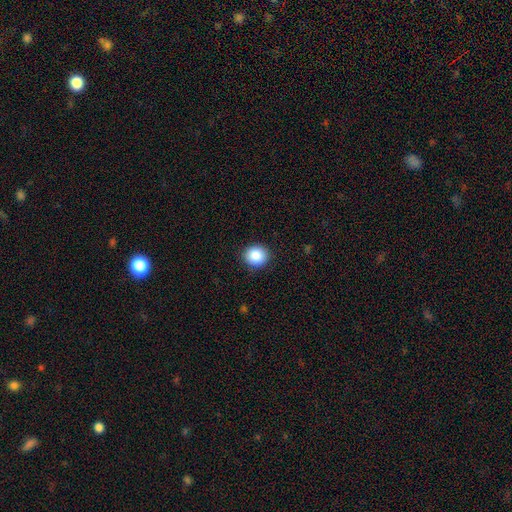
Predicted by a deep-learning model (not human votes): This is clearly a smooth galaxy (88%). How rounded: clearly round (87%). Merging: clearly none (90%).